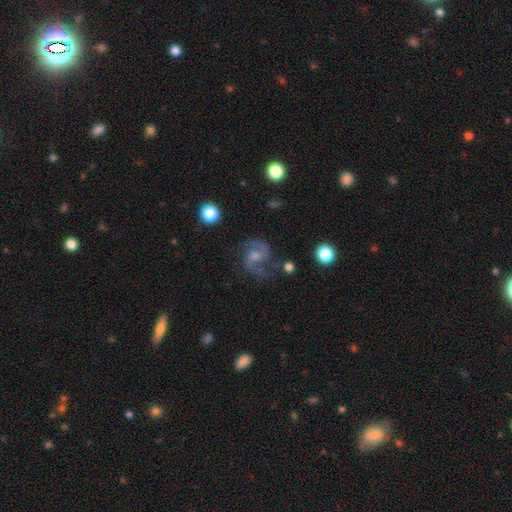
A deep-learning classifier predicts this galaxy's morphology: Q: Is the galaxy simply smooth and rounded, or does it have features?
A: featured or disk — 86%.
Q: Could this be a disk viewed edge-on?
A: no — 98%.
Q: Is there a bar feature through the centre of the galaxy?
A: no — 46%.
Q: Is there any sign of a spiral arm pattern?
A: yes — 97%.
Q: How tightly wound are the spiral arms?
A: medium — 58%.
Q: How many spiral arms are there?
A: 2 — 93%.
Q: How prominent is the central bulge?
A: moderate — 35%.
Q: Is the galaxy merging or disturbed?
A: none — 67%.